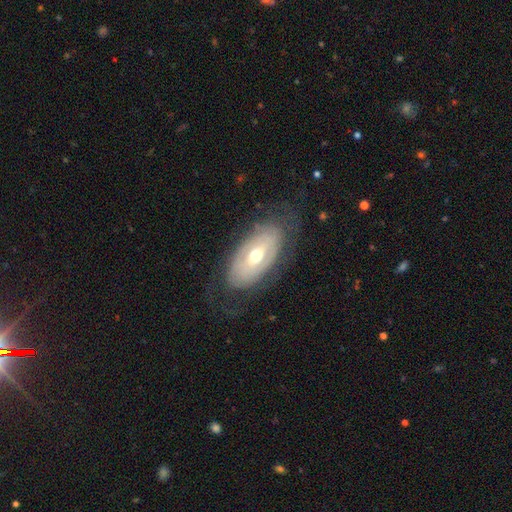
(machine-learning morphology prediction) smooth_or_featured: featured or disk (p=0.66) [alt: smooth p=0.28]
disk_edge_on: no (p=0.88) [alt: yes p=0.12]
bar: no (p=0.57) [alt: weak p=0.28]
has_spiral_arms: no (p=0.53) [alt: yes p=0.47]
bulge_size: moderate (p=0.73) [alt: small p=0.18]
merging: none (p=0.70) [alt: minor disturbance p=0.17]